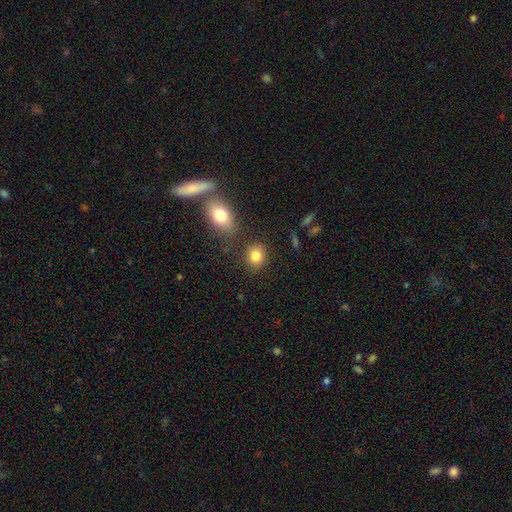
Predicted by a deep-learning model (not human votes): A smooth galaxy with no disk features (84%) that is round (62%). Merging: none (82%).